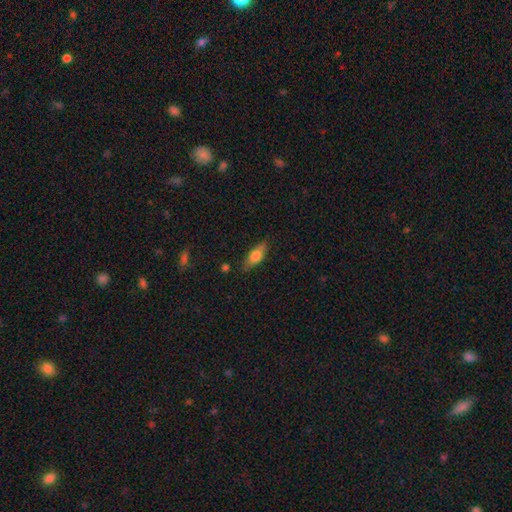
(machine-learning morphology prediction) type=smooth (67%); roundness=in between (66%); merging=none (78%).